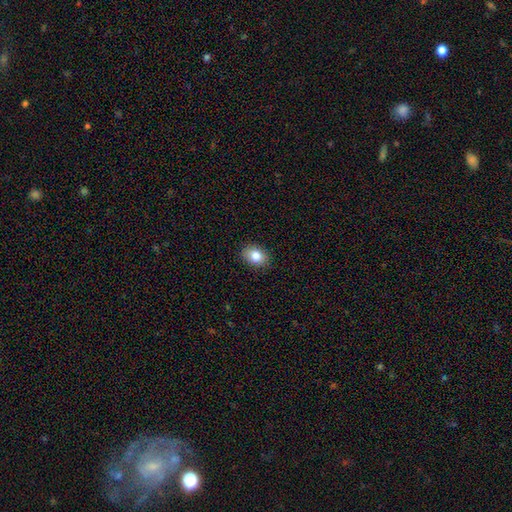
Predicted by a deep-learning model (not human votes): smooth 84%, star or artifact 9%, featured or disk 7%. Down the decision tree: how rounded — in between (74%); merging — none (88%).